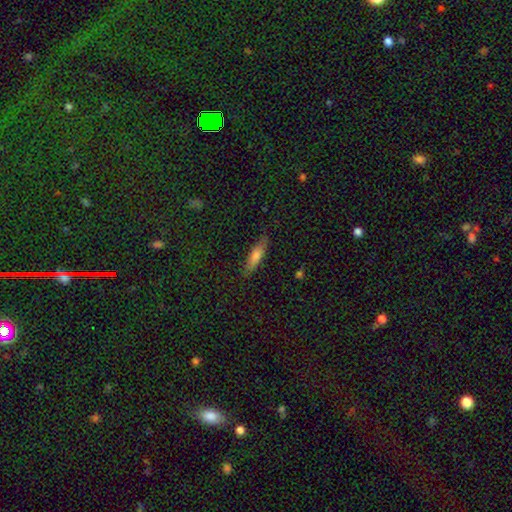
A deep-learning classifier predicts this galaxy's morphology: smooth 69%, featured or disk 23%, star or artifact 8%. Down the decision tree: how rounded — cigar-shaped (65%); merging — none (84%).